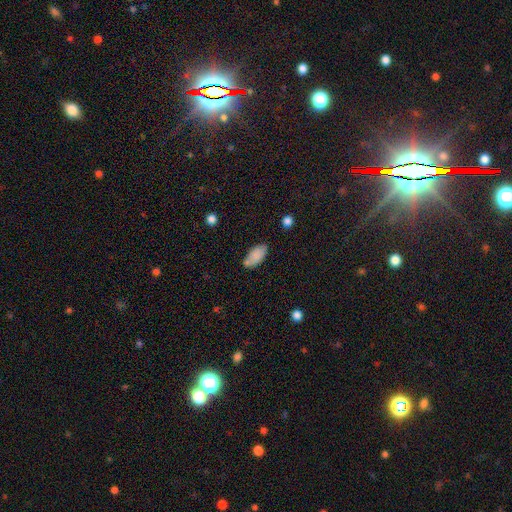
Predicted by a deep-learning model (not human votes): Q: Smooth or featured?
A: smooth (84%); runner-up: featured or disk (8%)
Q: How rounded?
A: in between (92%); runner-up: cigar-shaped (6%)
Q: Merging?
A: none (67%); runner-up: minor disturbance (21%)